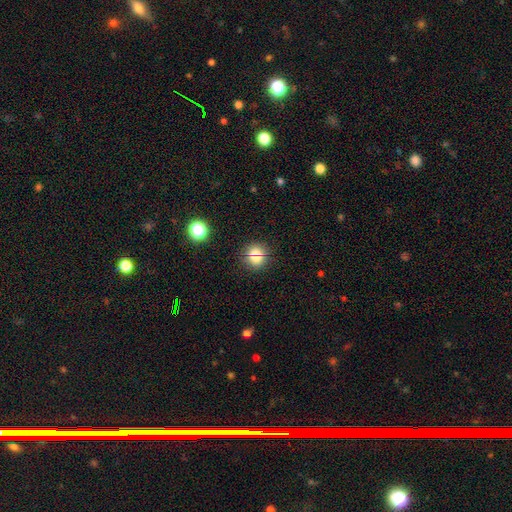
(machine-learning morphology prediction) smooth 73%, star or artifact 14%, featured or disk 13%. Down the decision tree: how rounded — round (87%); merging — none (67%).